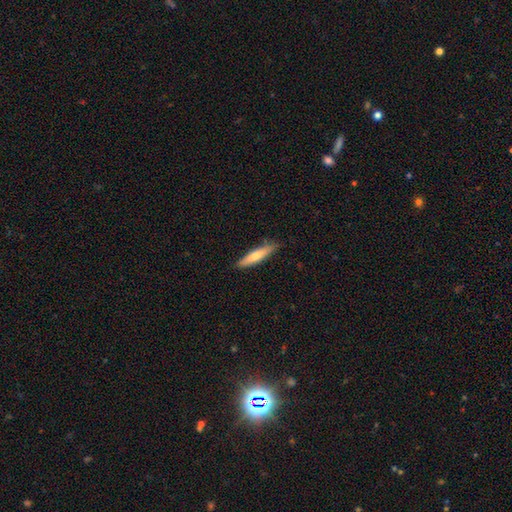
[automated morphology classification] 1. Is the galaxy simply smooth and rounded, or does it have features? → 68% smooth, 26% featured or disk, 5% star or artifact.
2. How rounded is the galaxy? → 84% cigar-shaped, 14% in between, 1% round.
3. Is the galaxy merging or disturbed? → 85% none, 12% minor disturbance, 2% major disturbance, 1% merger.